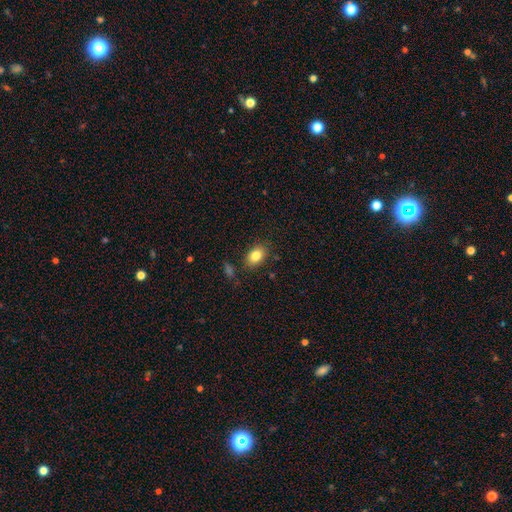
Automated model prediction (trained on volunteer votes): Q: Smooth or featured?
A: smooth (83%); runner-up: star or artifact (9%)
Q: How rounded?
A: in between (81%); runner-up: round (18%)
Q: Merging?
A: none (83%); runner-up: minor disturbance (11%)